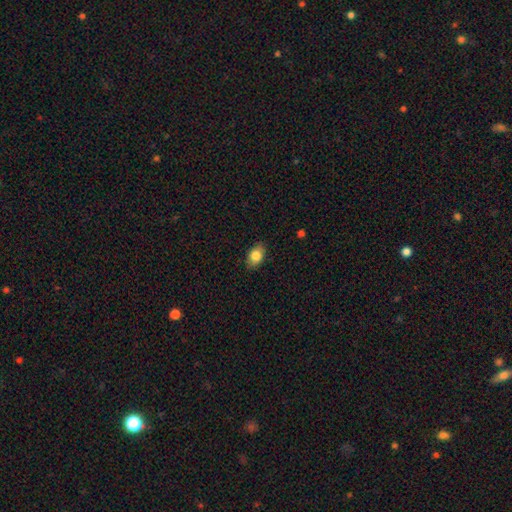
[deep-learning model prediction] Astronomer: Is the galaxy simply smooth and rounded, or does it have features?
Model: smooth — 82%.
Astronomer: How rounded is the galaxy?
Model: in between — 86%.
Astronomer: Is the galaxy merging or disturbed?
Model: none — 85%.